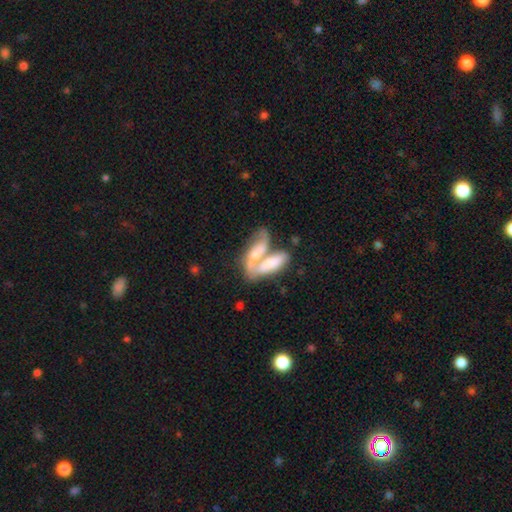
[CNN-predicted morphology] smooth_or_featured: smooth (p=0.53) [alt: featured or disk p=0.41]
how_rounded: in between (p=0.67) [alt: cigar-shaped p=0.30]
merging: merger (p=0.69) [alt: none p=0.16]